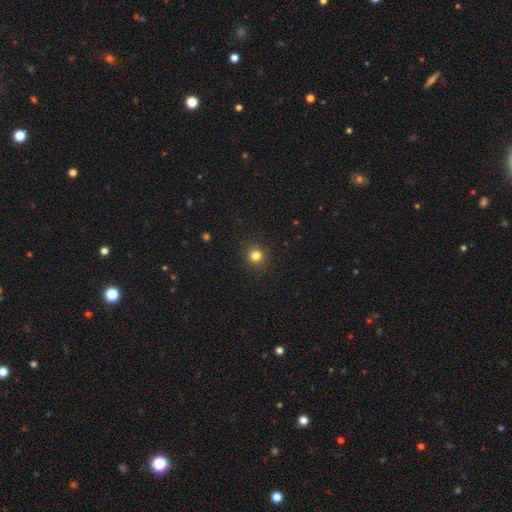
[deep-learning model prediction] Smooth or featured? Predicted: smooth (p=0.81). How rounded? Predicted: round (p=0.87). Merging? Predicted: none (p=0.90).